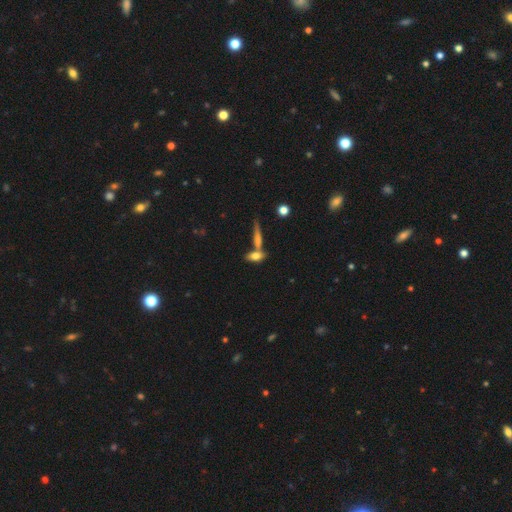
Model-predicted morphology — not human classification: Smooth or featured?
  - smooth: 66% *
  - featured or disk: 24%
  - star or artifact: 10%
How rounded?
  - in between: 65% *
  - cigar-shaped: 29%
  - round: 6%
Merging?
  - none: 49% *
  - merger: 36%
  - minor disturbance: 11%
  - major disturbance: 4%